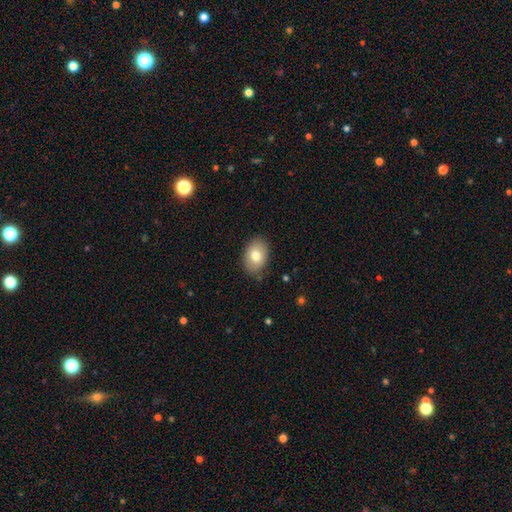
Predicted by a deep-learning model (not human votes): smooth_or_featured: smooth (p=0.78) [alt: featured or disk p=0.15]
how_rounded: in between (p=0.82) [alt: round p=0.17]
merging: none (p=0.82) [alt: minor disturbance p=0.14]